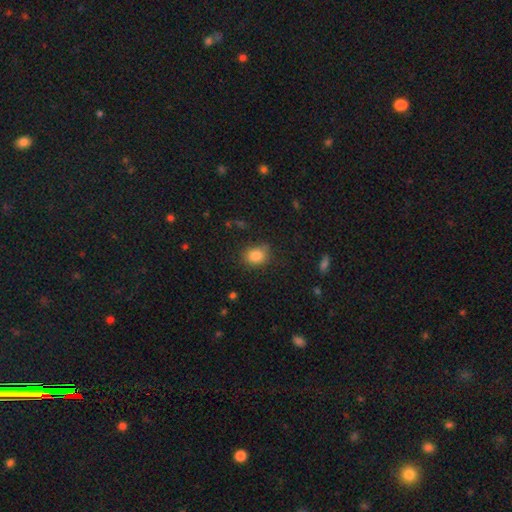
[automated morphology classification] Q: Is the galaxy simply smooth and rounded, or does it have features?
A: smooth — 84%.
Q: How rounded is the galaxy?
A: in between — 50%.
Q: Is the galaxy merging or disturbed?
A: none — 76%.